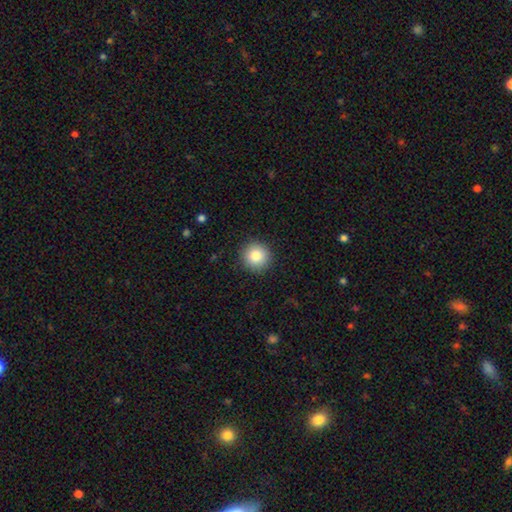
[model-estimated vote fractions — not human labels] smooth 84%, star or artifact 9%, featured or disk 7%. Down the decision tree: how rounded — round (95%); merging — none (92%).